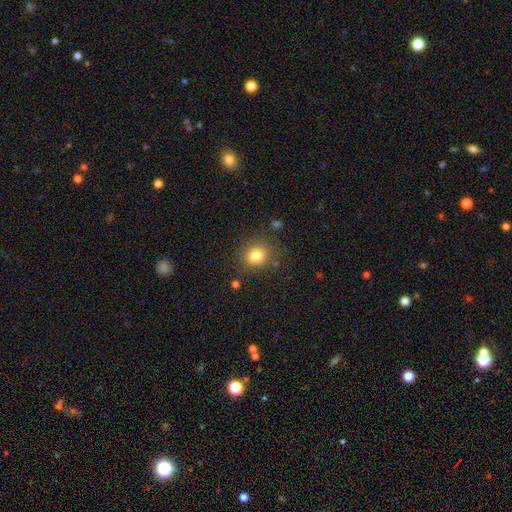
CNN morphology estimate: The model was most divided on "how rounded": round: 71%, in between: 29%, cigar-shaped: 1%. More confident: smooth or featured — smooth (81%); merging — none (79%).